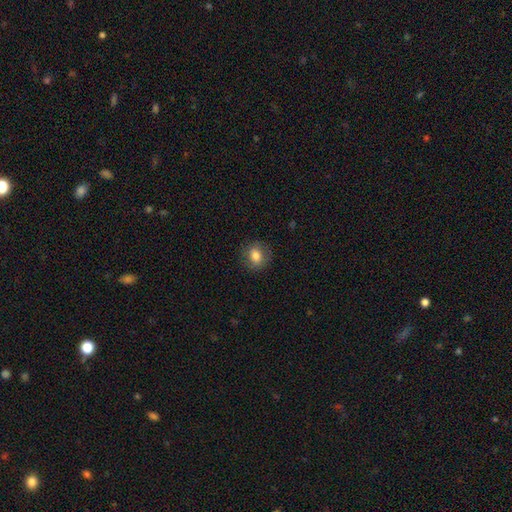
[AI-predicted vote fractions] Smooth or featured? Predicted: smooth (p=0.80). How rounded? Predicted: round (p=0.72). Merging? Predicted: none (p=0.85).